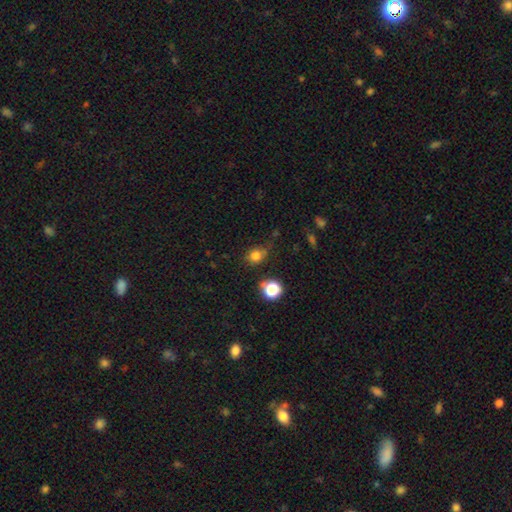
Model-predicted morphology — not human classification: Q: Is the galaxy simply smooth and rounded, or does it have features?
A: smooth — 77%.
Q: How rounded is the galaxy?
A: round — 70%.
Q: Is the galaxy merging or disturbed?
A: none — 64%.